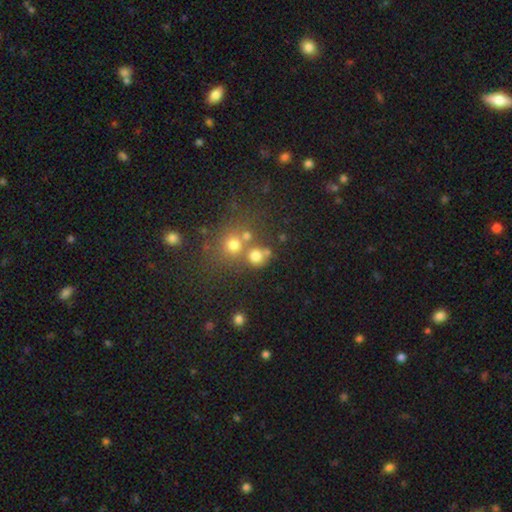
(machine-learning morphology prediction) This is likely a smooth galaxy (72%). How rounded: clearly round (85%). Merging: possibly none (57%).